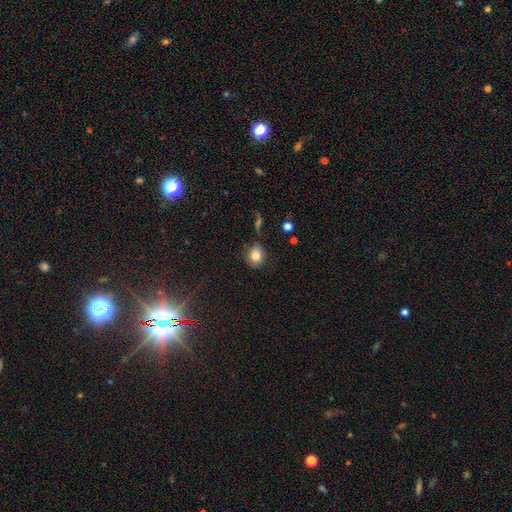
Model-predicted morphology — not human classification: smooth 82%, star or artifact 10%, featured or disk 8%. Down the decision tree: how rounded — round (67%); merging — none (69%).